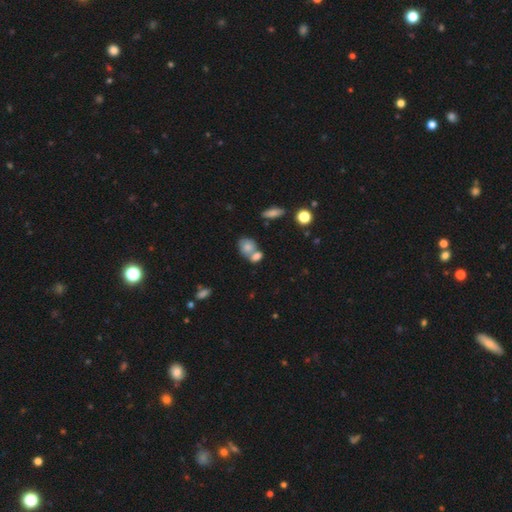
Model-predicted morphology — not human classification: Smooth or featured: smooth — 76% (featured or disk — 13%)
How rounded: in between — 61% (round — 36%)
Merging: merger — 54% (none — 33%)